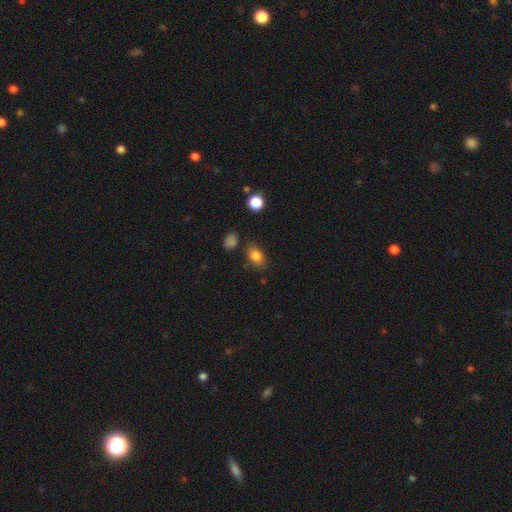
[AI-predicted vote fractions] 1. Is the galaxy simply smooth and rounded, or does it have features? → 83% smooth, 10% star or artifact, 7% featured or disk.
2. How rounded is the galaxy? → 82% in between, 16% round, 2% cigar-shaped.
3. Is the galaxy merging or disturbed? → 78% none, 14% minor disturbance, 4% merger, 4% major disturbance.